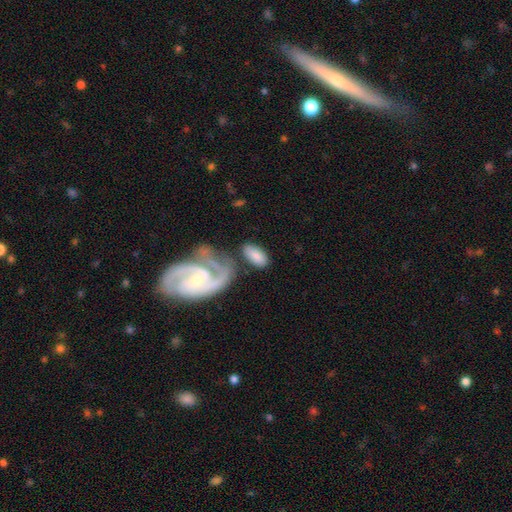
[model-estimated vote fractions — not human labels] smooth-or-featured: smooth: 70% | featured or disk: 24% | star or artifact: 6%
  how-rounded: in between: 93% | round: 4% | cigar-shaped: 3%
  merging: none: 57% | minor disturbance: 17% | merger: 15% | major disturbance: 11%